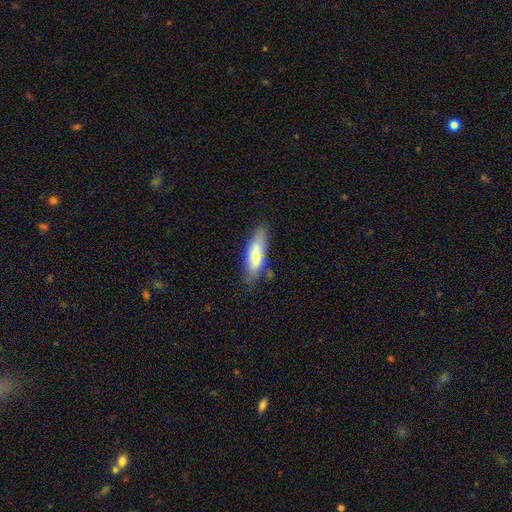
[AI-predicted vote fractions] Q: Smooth or featured?
A: smooth (78%); runner-up: featured or disk (16%)
Q: How rounded?
A: in between (54%); runner-up: cigar-shaped (44%)
Q: Merging?
A: none (73%); runner-up: minor disturbance (20%)